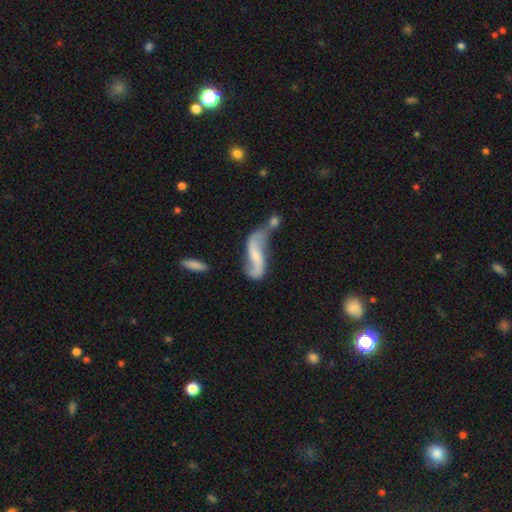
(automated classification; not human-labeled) The model was most divided on "bar": no: 42%, weak: 39%, strong: 19%. Remaining: edge-on disk — no (92%); spiral arms — yes (92%); spiral arm count — 2 (90%); spiral winding — loose (87%); smooth or featured — featured or disk (80%); bulge size — small (47%); merging — merger (36%).